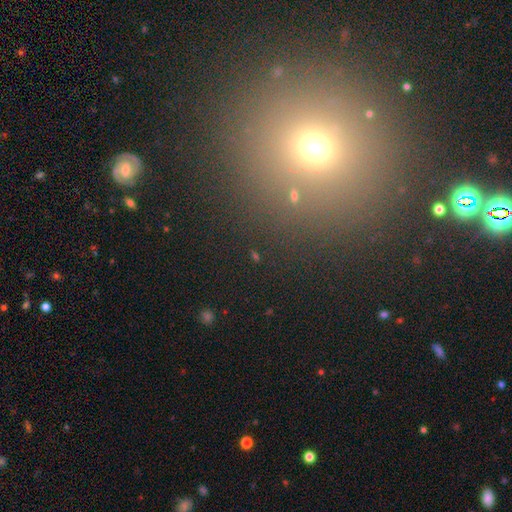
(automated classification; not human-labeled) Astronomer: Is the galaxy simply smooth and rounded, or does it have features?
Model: star or artifact — 59%.